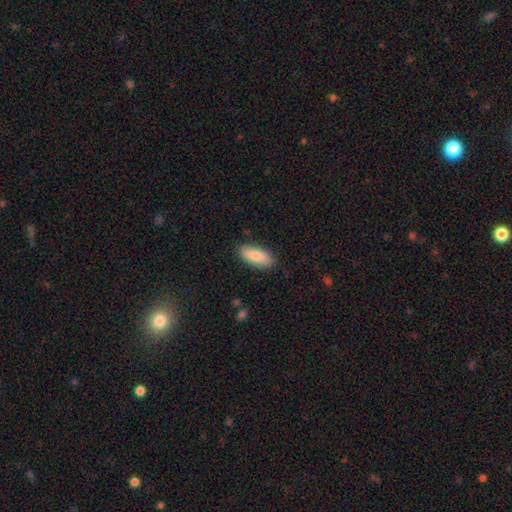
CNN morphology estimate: This is clearly a smooth galaxy (81%). How rounded: likely in between (80%). Merging: clearly none (85%).